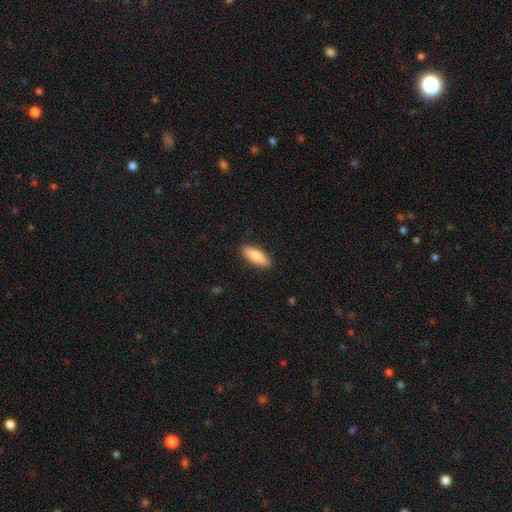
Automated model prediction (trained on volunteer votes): A smooth galaxy with no disk features (82%) that is in between round and cigar-shaped (66%).

Vote fractions:
- Smooth or featured? smooth: 82% / featured or disk: 13% / star or artifact: 6%
- How rounded? in between: 66% / cigar-shaped: 32% / round: 2%
- Merging? none: 89% / minor disturbance: 8% / major disturbance: 2% / merger: 1%